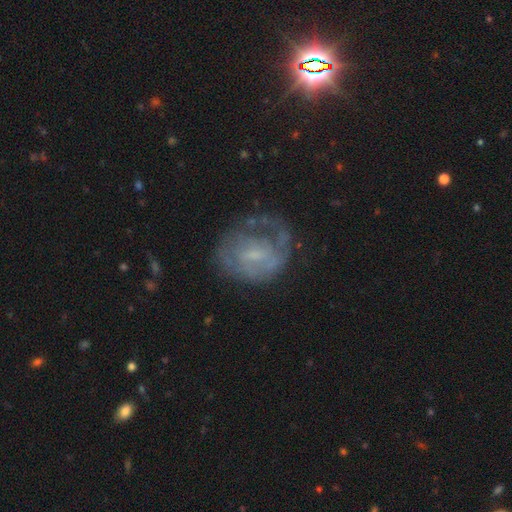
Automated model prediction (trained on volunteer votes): smooth-or-featured: featured or disk: 64% | smooth: 24% | star or artifact: 12%
  disk-edge-on: no: 97% | yes: 3%
    bar: no: 46% | weak: 44% | strong: 9%
    has-spiral-arms: yes: 67% | no: 33%
    bulge-size: small: 49% | none: 26% | moderate: 22% | large: 2% | dominant: 1%
  merging: none: 52% | major disturbance: 23% | minor disturbance: 23% | merger: 2%